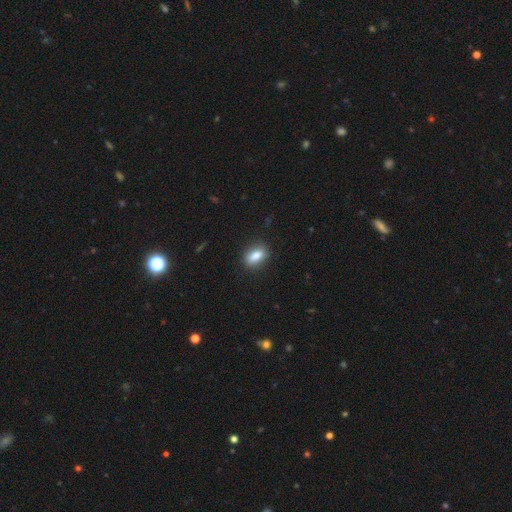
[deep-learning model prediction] Morphology: type=smooth (82%); roundness=in between (77%); merging=none (86%).